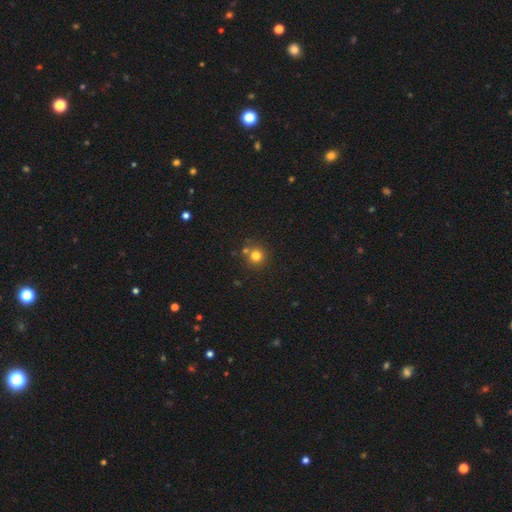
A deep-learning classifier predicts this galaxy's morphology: smooth_or_featured: smooth (p=0.78) [alt: star or artifact p=0.15]
how_rounded: round (p=0.93) [alt: in between p=0.06]
merging: none (p=0.74) [alt: merger p=0.15]